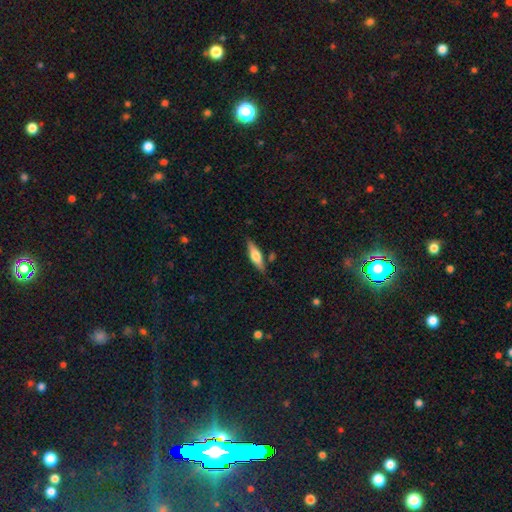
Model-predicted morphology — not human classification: Smooth or featured? smooth (47%)
Merging? none (80%)